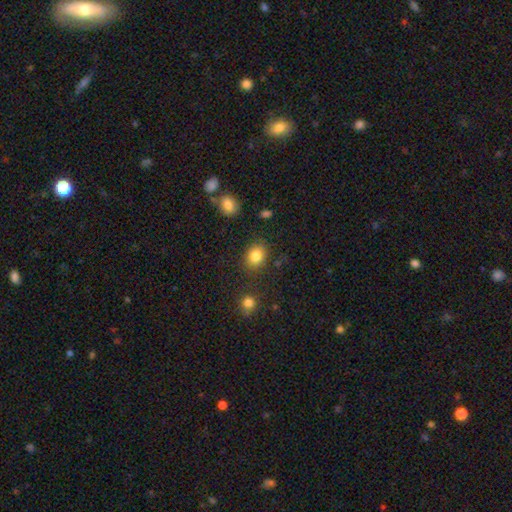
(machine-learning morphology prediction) Overall: smooth (83%). How rounded: in between (50%; round 49%). Merging: none (84%).